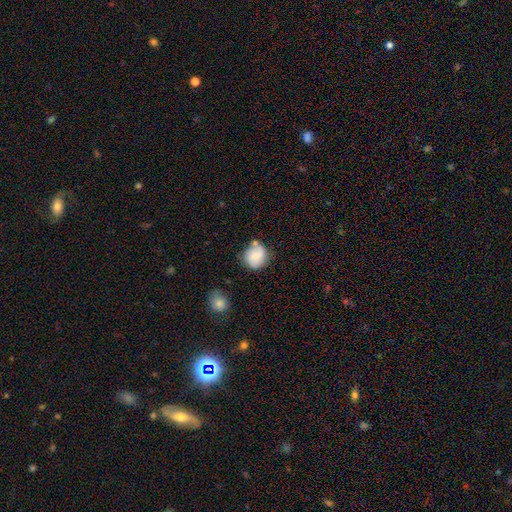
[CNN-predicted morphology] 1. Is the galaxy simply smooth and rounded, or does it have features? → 61% smooth, 30% featured or disk, 8% star or artifact.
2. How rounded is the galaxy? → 82% round, 17% in between, 1% cigar-shaped.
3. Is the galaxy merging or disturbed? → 62% none, 23% minor disturbance, 9% merger, 6% major disturbance.